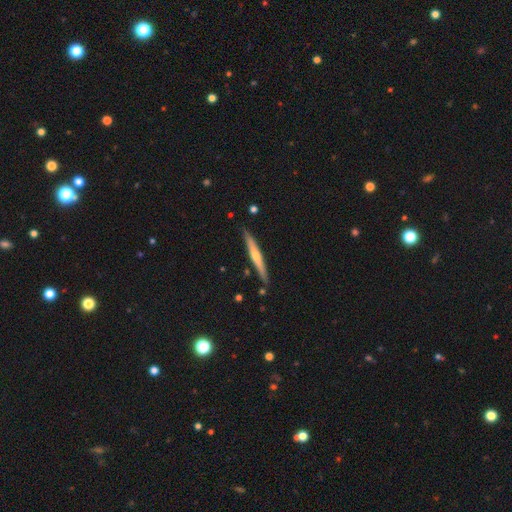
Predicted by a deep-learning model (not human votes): Overall: featured or disk (57%; smooth 38%). Edge-on disk: yes (96%). Edge-on bulge: rounded (70%). Merging: none (87%).